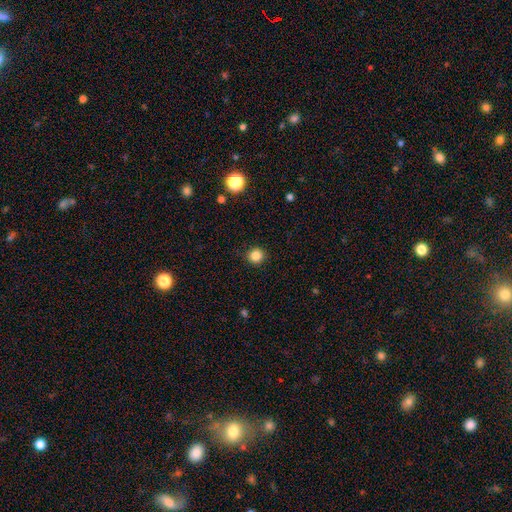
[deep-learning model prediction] smooth 85%, star or artifact 12%, featured or disk 4%. Down the decision tree: how rounded — round (92%); merging — none (90%).